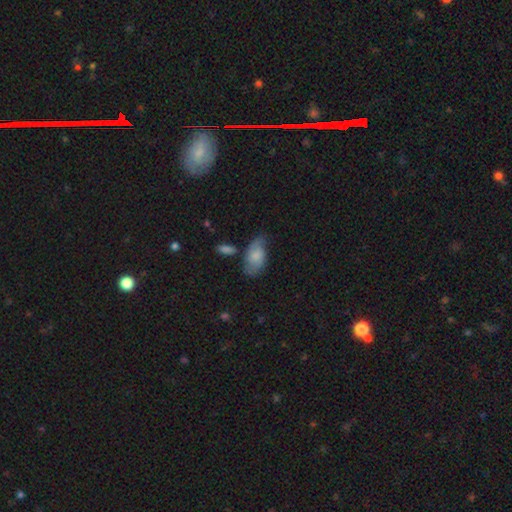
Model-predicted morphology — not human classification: type=smooth (59%); roundness=in between (91%); merging=none (47%).